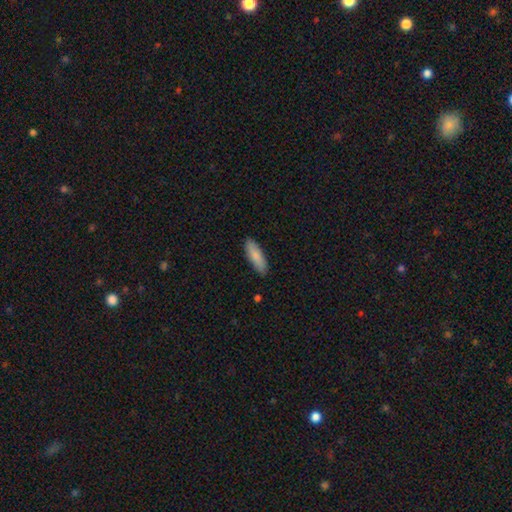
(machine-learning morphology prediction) Smooth or featured?
  - smooth: 84% *
  - featured or disk: 10%
  - star or artifact: 5%
How rounded?
  - in between: 54% *
  - cigar-shaped: 45%
  - round: 2%
Merging?
  - none: 87% *
  - minor disturbance: 10%
  - major disturbance: 2%
  - merger: 1%